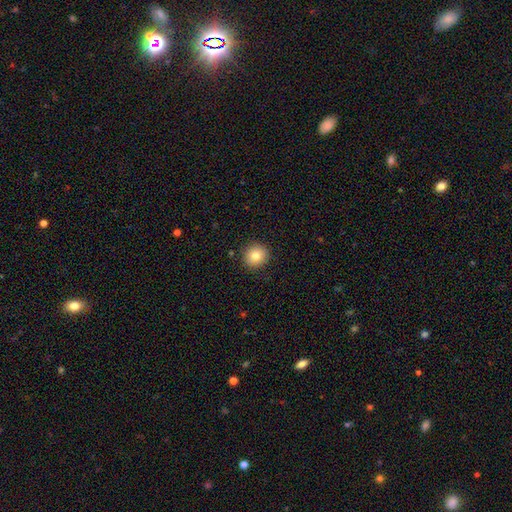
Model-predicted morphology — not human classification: A smooth galaxy with no disk features (80%) that is round (92%). Merging: none (91%).